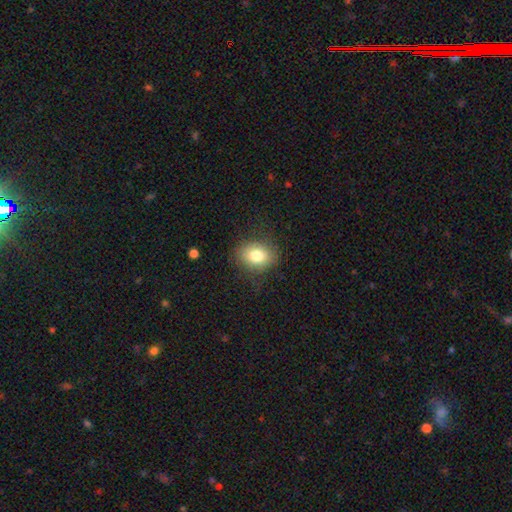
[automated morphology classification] Q: Smooth or featured?
A: smooth (78%); runner-up: star or artifact (13%)
Q: How rounded?
A: round (50%); runner-up: in between (49%)
Q: Merging?
A: none (87%); runner-up: minor disturbance (10%)